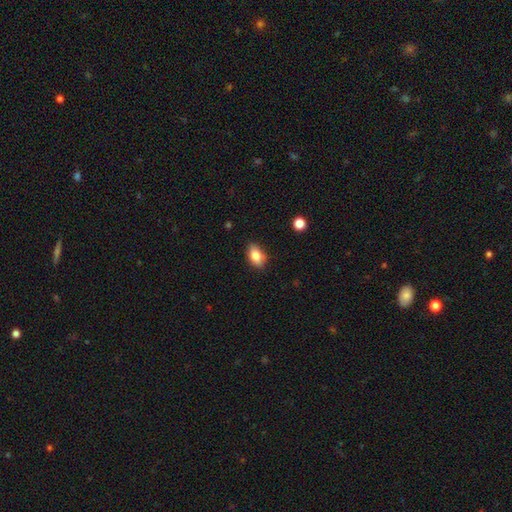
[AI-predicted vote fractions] smooth_or_featured: smooth (p=0.83) [alt: featured or disk p=0.09]
how_rounded: in between (p=0.88) [alt: round p=0.09]
merging: none (p=0.83) [alt: minor disturbance p=0.14]